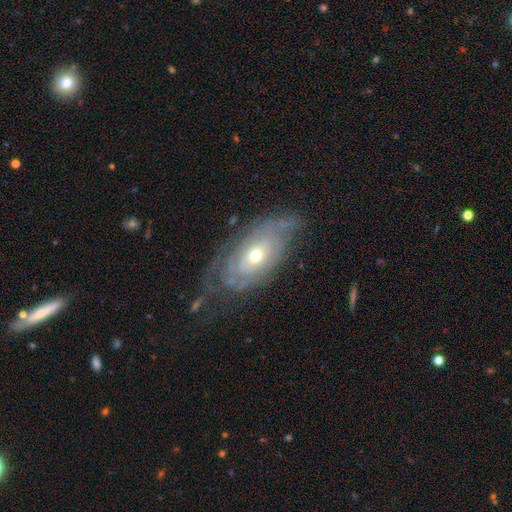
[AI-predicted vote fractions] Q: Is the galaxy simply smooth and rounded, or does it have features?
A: featured or disk — 78%.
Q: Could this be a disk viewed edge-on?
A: no — 91%.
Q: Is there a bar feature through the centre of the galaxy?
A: no — 81%.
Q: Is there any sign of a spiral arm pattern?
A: yes — 77%.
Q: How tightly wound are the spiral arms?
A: tight — 73%.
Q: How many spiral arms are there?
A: can't tell — 54%.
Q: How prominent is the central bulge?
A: moderate — 59%.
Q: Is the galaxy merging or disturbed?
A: none — 62%.